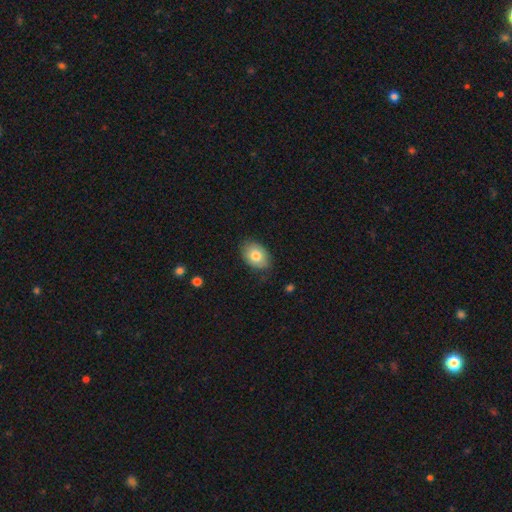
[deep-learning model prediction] smooth 79%, featured or disk 14%, star or artifact 7%. Down the decision tree: how rounded — in between (78%); merging — none (80%).